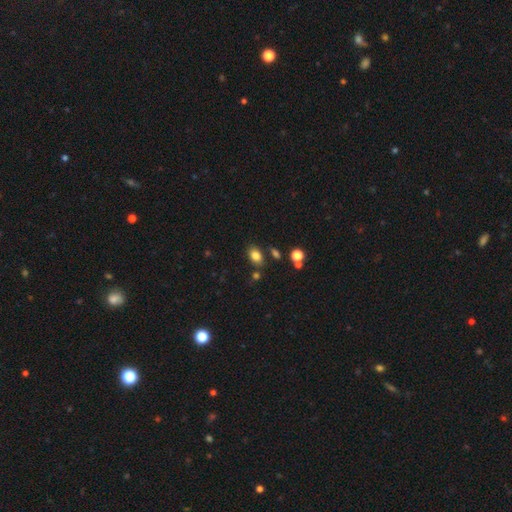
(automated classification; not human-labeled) smooth-or-featured: smooth: 82% | star or artifact: 11% | featured or disk: 6%
  how-rounded: in between: 78% | round: 21% | cigar-shaped: 1%
  merging: none: 77% | minor disturbance: 12% | merger: 8% | major disturbance: 4%